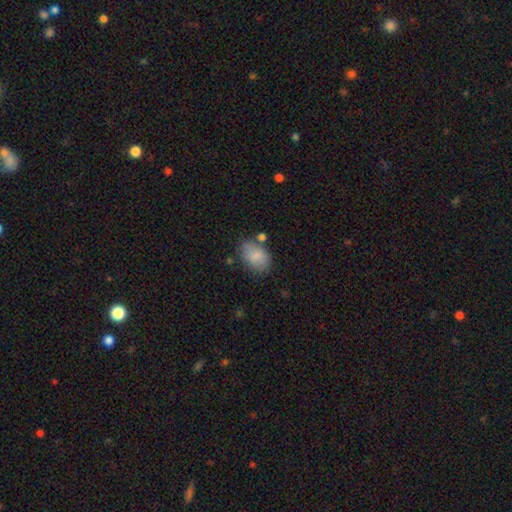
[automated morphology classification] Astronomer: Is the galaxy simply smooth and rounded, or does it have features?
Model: smooth — 81%.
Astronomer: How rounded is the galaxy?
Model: in between — 75%.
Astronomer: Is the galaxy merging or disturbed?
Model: none — 59%.